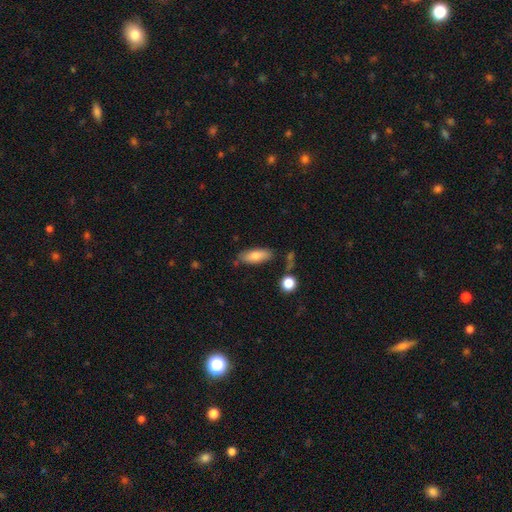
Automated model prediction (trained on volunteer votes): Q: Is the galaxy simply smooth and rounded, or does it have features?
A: smooth — 77%.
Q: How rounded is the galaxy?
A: in between — 73%.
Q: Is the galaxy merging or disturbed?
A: none — 73%.